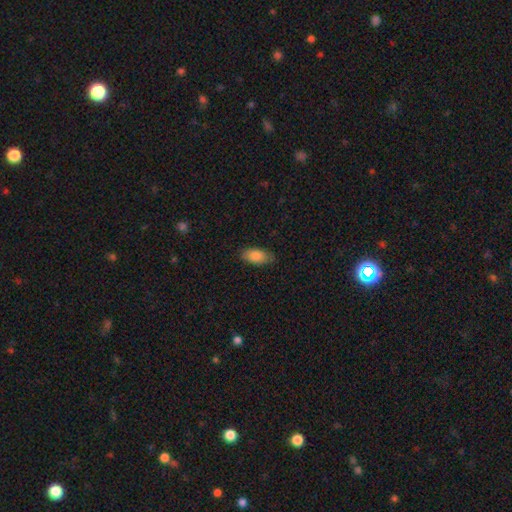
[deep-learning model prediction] A smooth galaxy with no disk features (86%) that is in between round and cigar-shaped (92%).

Vote fractions:
- Smooth or featured? smooth: 86% / featured or disk: 7% / star or artifact: 7%
- How rounded? in between: 92% / cigar-shaped: 5% / round: 3%
- Merging? none: 82% / minor disturbance: 14% / major disturbance: 3% / merger: 1%